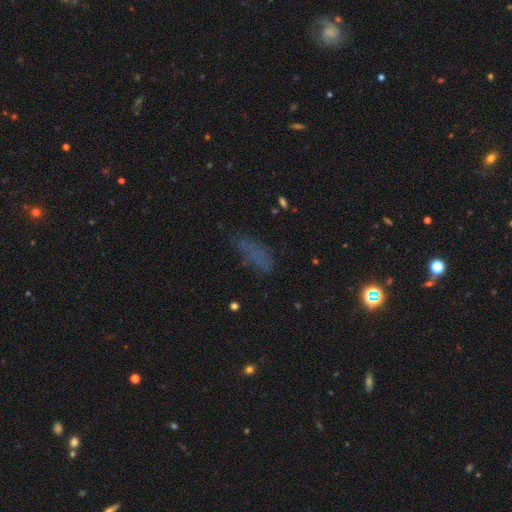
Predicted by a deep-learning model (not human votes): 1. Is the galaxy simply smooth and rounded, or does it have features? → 57% smooth, 28% star or artifact, 16% featured or disk.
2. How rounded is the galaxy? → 56% in between, 37% cigar-shaped, 6% round.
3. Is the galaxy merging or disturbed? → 62% none, 21% minor disturbance, 14% major disturbance, 3% merger.